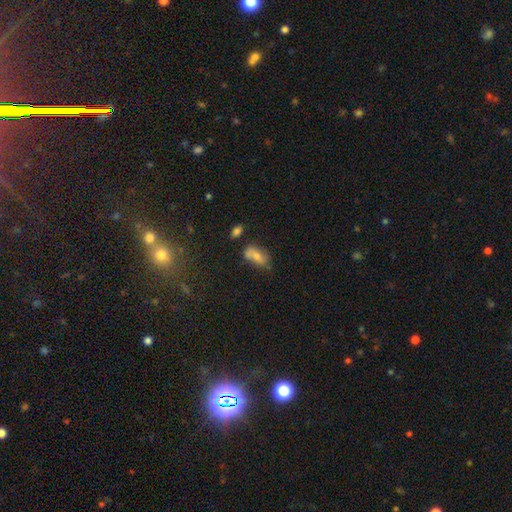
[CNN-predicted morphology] A smooth galaxy with no disk features (68%) that is in between round and cigar-shaped (87%). Merging: none (48%).